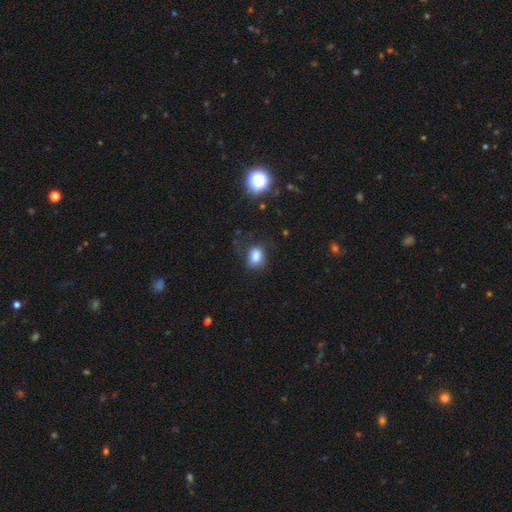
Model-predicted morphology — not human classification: This appears to be a smooth galaxy with no disk features (80%) that is in between round and cigar-shaped (58%). Merging: none (68%).